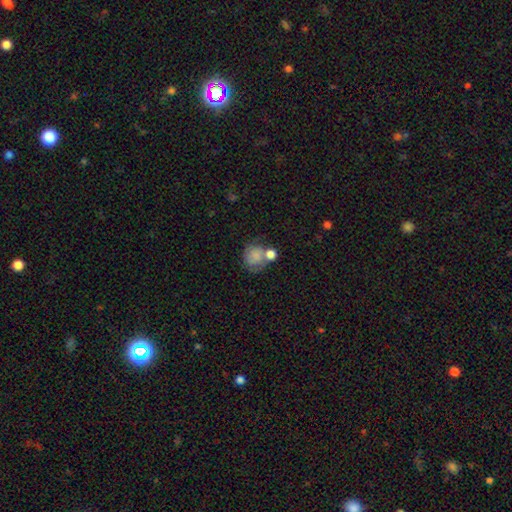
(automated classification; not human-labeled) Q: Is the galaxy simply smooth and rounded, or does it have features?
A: smooth — 73%.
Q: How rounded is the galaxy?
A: round — 74%.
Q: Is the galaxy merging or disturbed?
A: none — 37%.